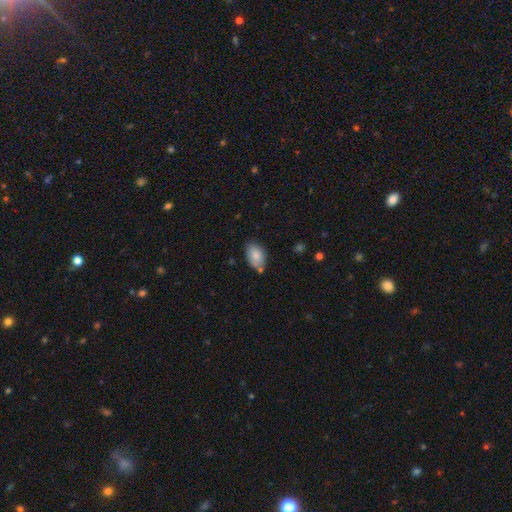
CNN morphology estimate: smooth 83%, featured or disk 10%, star or artifact 7%. Down the decision tree: how rounded — in between (90%); merging — none (68%).